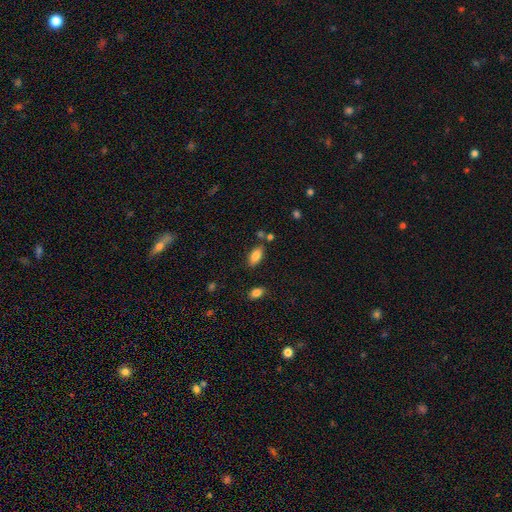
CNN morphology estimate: Q: Smooth or featured?
A: smooth (83%); runner-up: featured or disk (9%)
Q: How rounded?
A: in between (89%); runner-up: cigar-shaped (8%)
Q: Merging?
A: none (78%); runner-up: minor disturbance (12%)